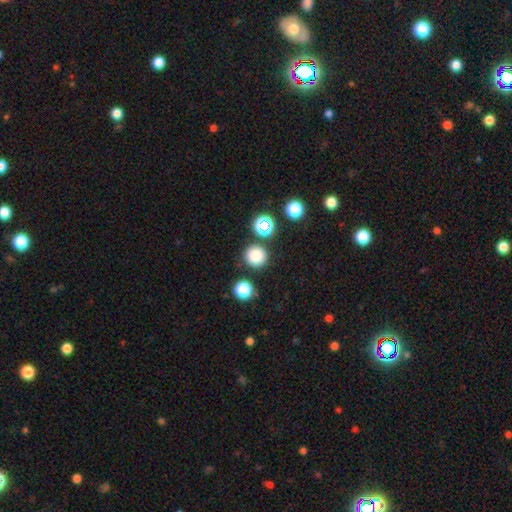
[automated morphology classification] This is clearly a smooth galaxy (81%). How rounded: clearly round (95%). Merging: clearly none (87%).